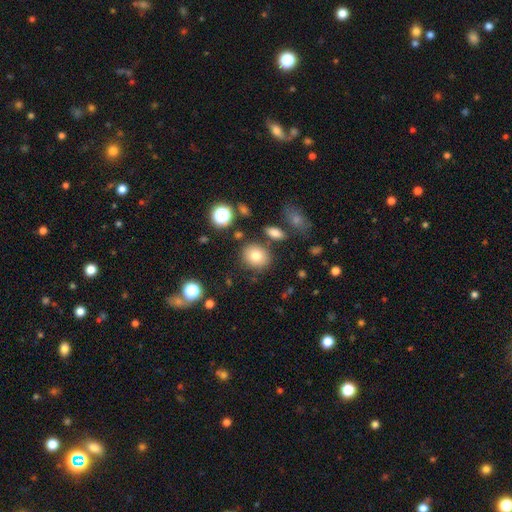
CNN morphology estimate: Smooth or featured? Predicted: smooth (p=0.77). How rounded? Predicted: round (p=0.72). Merging? Predicted: none (p=0.80).